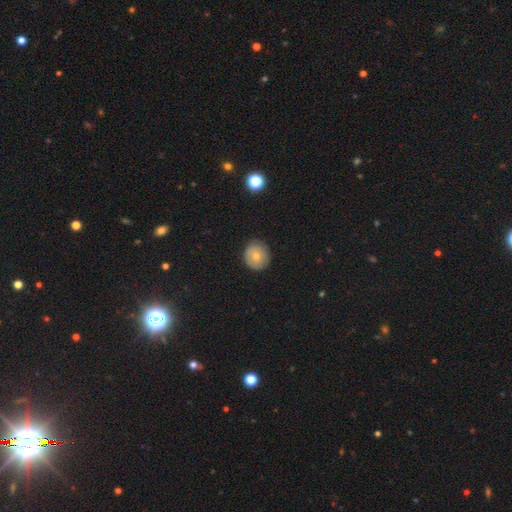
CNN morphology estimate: The model was most divided on "smooth or featured": smooth: 62%, featured or disk: 29%, star or artifact: 9%. More confident: how rounded — round (87%); merging — none (83%).